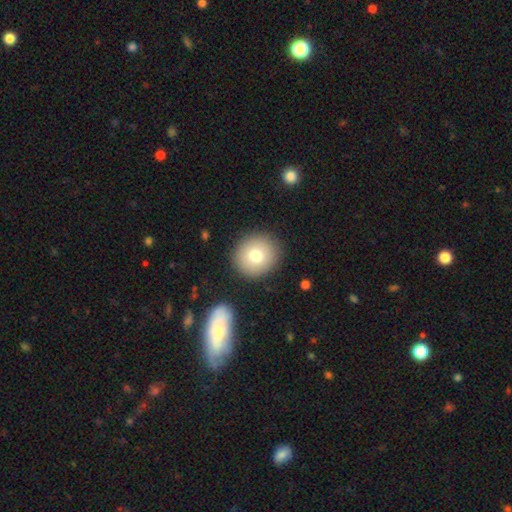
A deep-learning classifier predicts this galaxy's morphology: smooth-or-featured: smooth: 77% | featured or disk: 13% | star or artifact: 10%
  how-rounded: round: 90% | in between: 10% | cigar-shaped: 1%
  merging: none: 88% | minor disturbance: 7% | major disturbance: 3% | merger: 2%